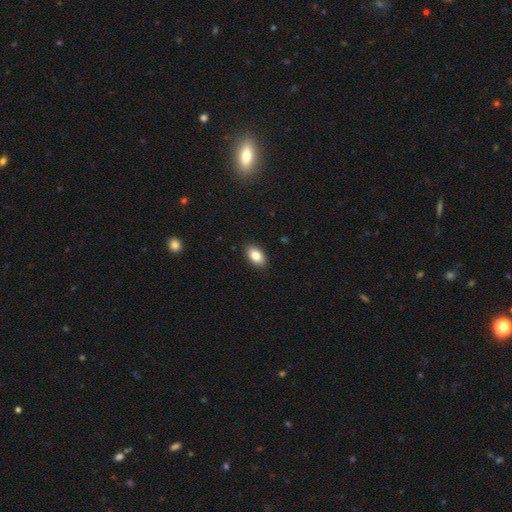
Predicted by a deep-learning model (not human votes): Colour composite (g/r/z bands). It shows a smooth galaxy with no disk features (84%) that is in between round and cigar-shaped (92%). Merging: none (89%).